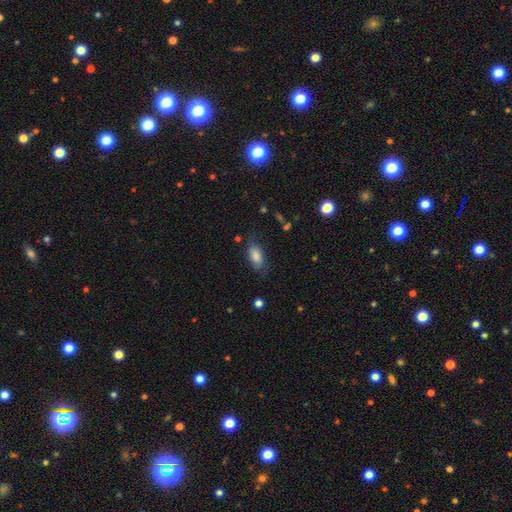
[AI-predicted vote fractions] smooth_or_featured: smooth (p=0.77) [alt: featured or disk p=0.15]
how_rounded: in between (p=0.90) [alt: cigar-shaped p=0.06]
merging: none (p=0.67) [alt: minor disturbance p=0.23]